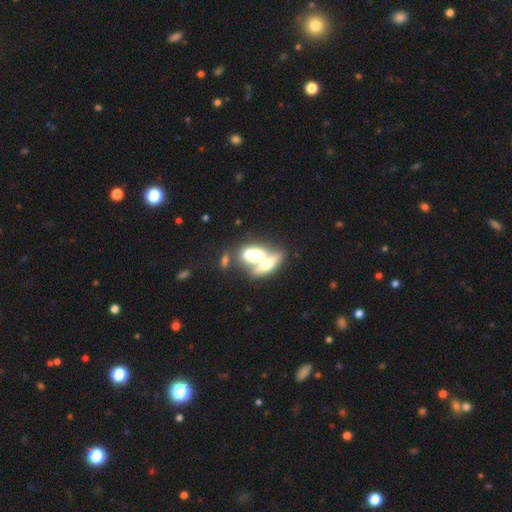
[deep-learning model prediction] This is possibly a smooth galaxy (51%). How rounded: likely in between (71%). Merging: likely merger (71%).